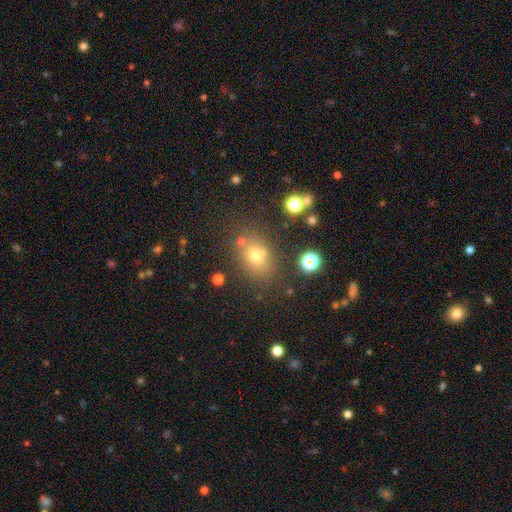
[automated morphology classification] Smooth or featured?
  - smooth: 66% *
  - star or artifact: 21%
  - featured or disk: 13%
How rounded?
  - in between: 53% *
  - round: 45%
  - cigar-shaped: 1%
Merging?
  - none: 73% *
  - minor disturbance: 13%
  - merger: 10%
  - major disturbance: 5%